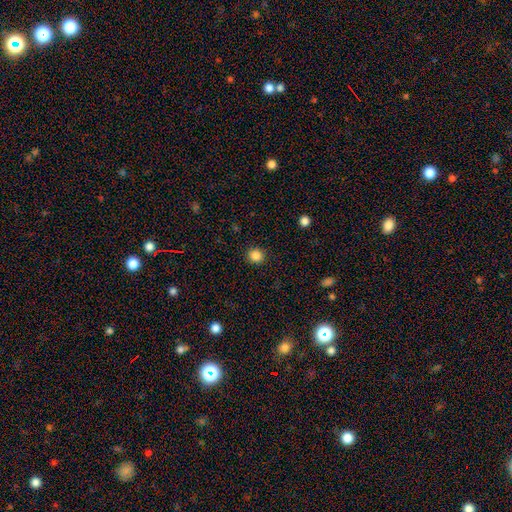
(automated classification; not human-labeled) Smooth or featured? smooth (86%)
How rounded? round (88%)
Merging? none (91%)